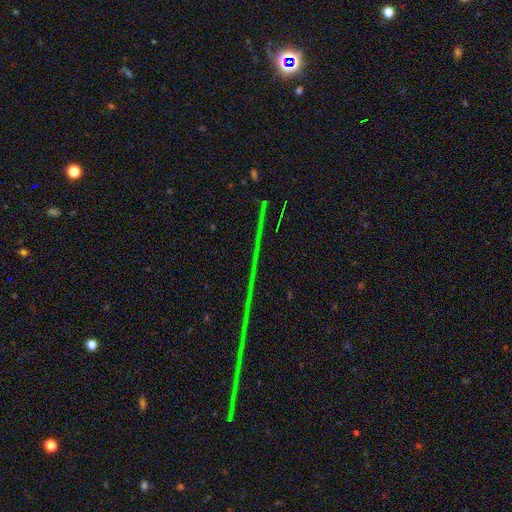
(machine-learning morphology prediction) This is clearly a star or artifact rather than a galaxy (82%).